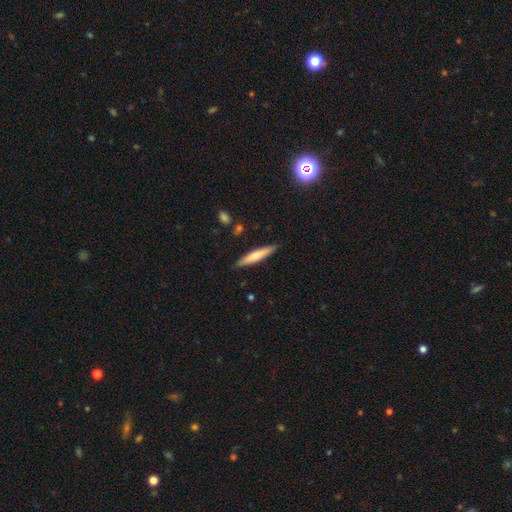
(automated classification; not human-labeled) smooth 61%, featured or disk 33%, star or artifact 5%. Down the decision tree: how rounded — cigar-shaped (91%); merging — none (88%).